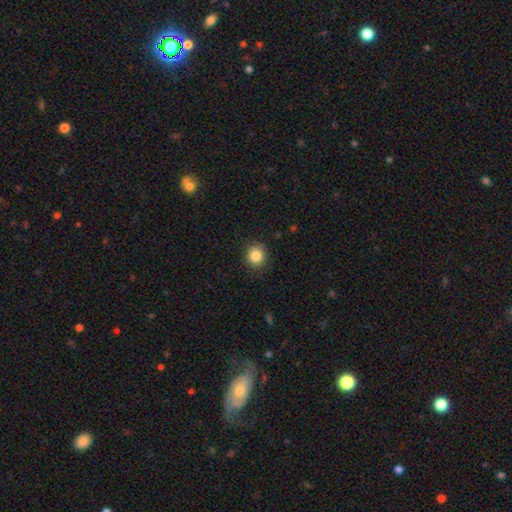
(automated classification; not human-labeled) This is clearly a smooth galaxy (84%). How rounded: clearly round (84%). Merging: clearly none (89%).